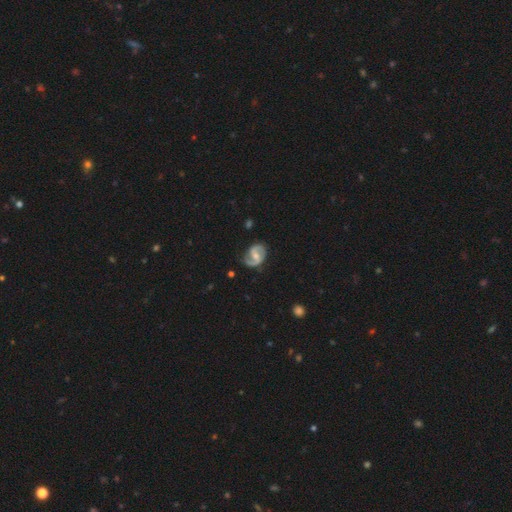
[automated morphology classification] smooth_or_featured: featured or disk (p=0.87) [alt: smooth p=0.08]
disk_edge_on: no (p=0.98) [alt: yes p=0.02]
bar: weak (p=0.49) [alt: no p=0.33]
has_spiral_arms: yes (p=0.96) [alt: no p=0.04]
spiral_winding: medium (p=0.53) [alt: loose p=0.26]
spiral_arm_count: 2 (p=0.88) [alt: 1 p=0.06]
bulge_size: moderate (p=0.52) [alt: small p=0.40]
merging: none (p=0.72) [alt: minor disturbance p=0.19]